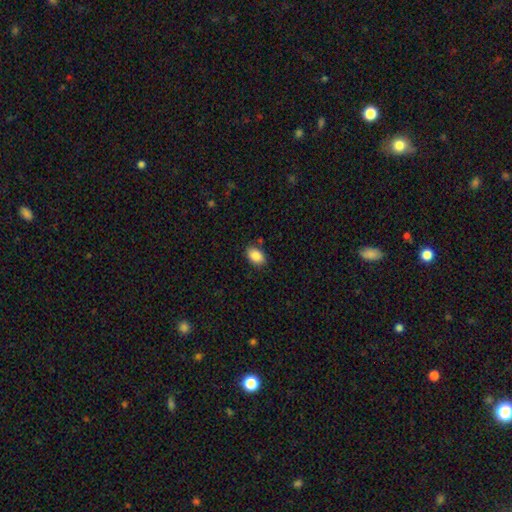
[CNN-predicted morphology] smooth-or-featured: smooth: 87% | star or artifact: 8% | featured or disk: 5%
  how-rounded: in between: 85% | round: 13% | cigar-shaped: 1%
  merging: none: 83% | minor disturbance: 12% | major disturbance: 3% | merger: 2%